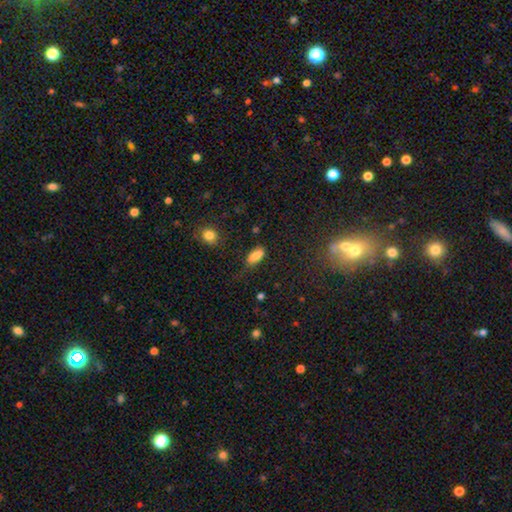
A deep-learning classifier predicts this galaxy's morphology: smooth 84%, star or artifact 9%, featured or disk 7%. Down the decision tree: how rounded — in between (82%); merging — none (60%).